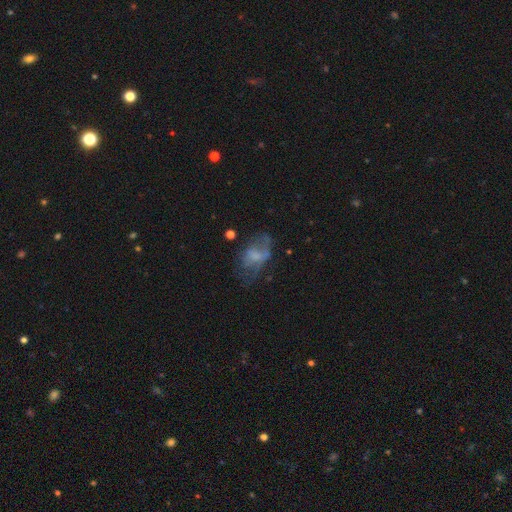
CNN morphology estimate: A smooth galaxy with no disk features (44%, tied with featured or disk). Merging: major disturbance (36%).